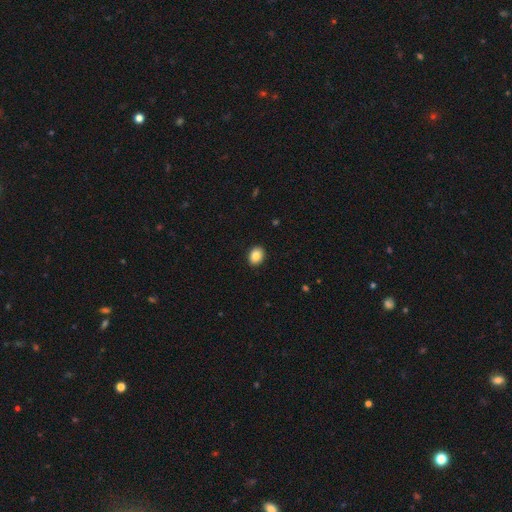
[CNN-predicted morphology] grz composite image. It shows a smooth galaxy with no disk features (88%) that is in between round and cigar-shaped (63%). Merging: none (90%).